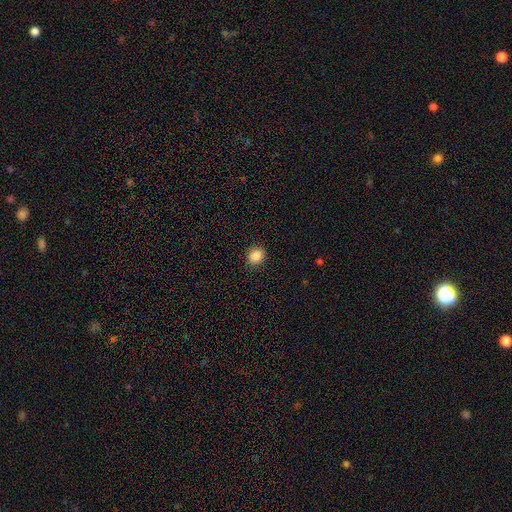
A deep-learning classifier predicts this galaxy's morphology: smooth_or_featured: smooth (p=0.86) [alt: star or artifact p=0.10]
how_rounded: round (p=0.73) [alt: in between p=0.26]
merging: none (p=0.90) [alt: minor disturbance p=0.07]